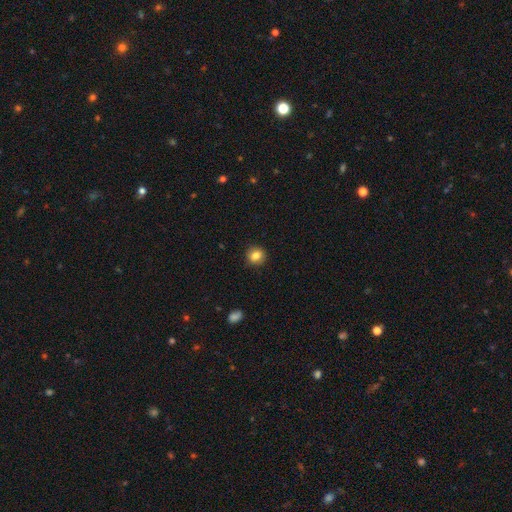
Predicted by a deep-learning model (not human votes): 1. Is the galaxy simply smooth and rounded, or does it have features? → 84% smooth, 10% star or artifact, 6% featured or disk.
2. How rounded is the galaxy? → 86% round, 13% in between, 1% cigar-shaped.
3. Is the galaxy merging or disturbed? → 90% none, 7% minor disturbance, 2% major disturbance, 1% merger.